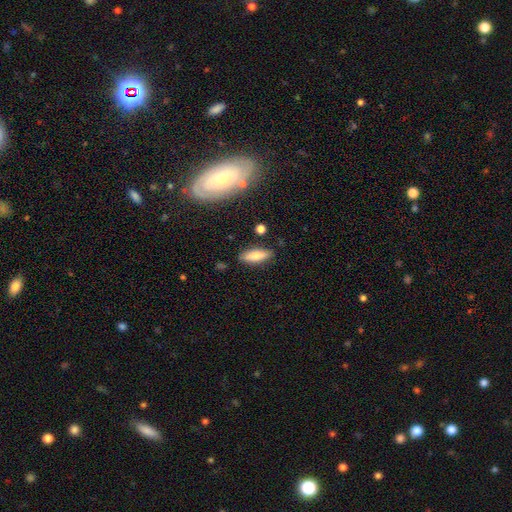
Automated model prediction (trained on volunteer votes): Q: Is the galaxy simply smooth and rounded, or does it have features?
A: smooth — 75%.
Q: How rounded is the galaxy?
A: in between — 57%.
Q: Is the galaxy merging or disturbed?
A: none — 85%.